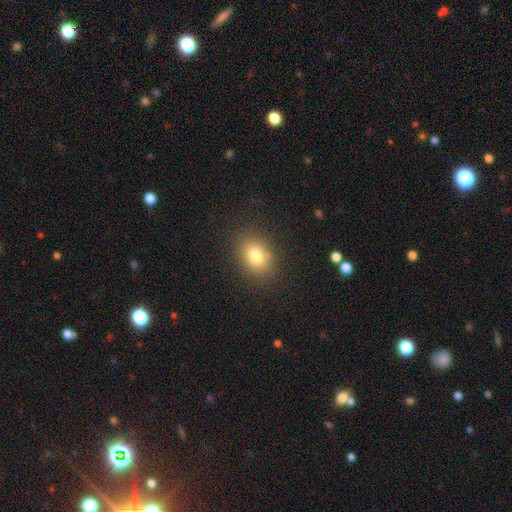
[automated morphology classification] smooth 78%, star or artifact 12%, featured or disk 10%. Down the decision tree: how rounded — in between (61%); merging — none (84%).